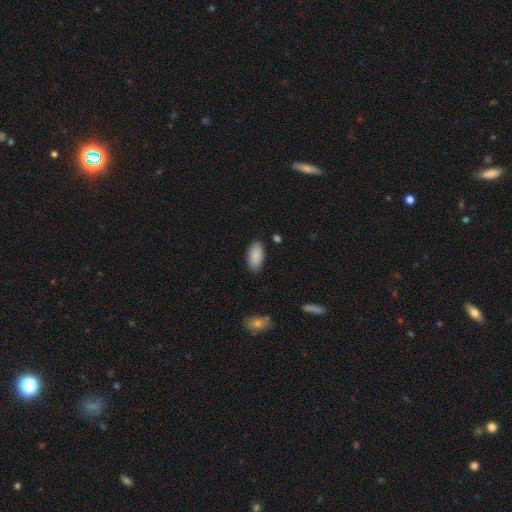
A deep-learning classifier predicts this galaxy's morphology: Smooth or featured?
  - smooth: 90% *
  - star or artifact: 7%
  - featured or disk: 4%
How rounded?
  - in between: 93% *
  - cigar-shaped: 5%
  - round: 2%
Merging?
  - none: 86% *
  - minor disturbance: 10%
  - major disturbance: 2%
  - merger: 2%